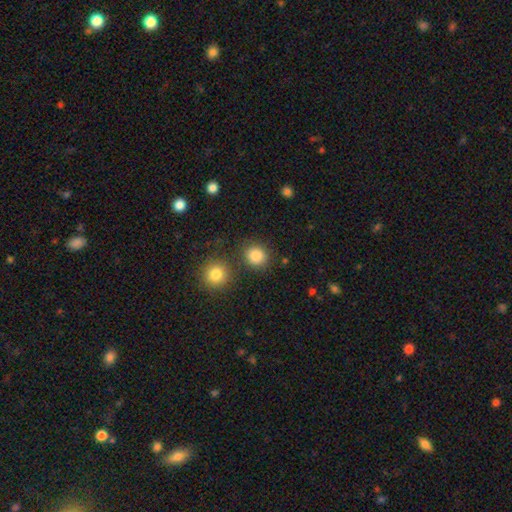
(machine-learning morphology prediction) The model was most divided on "how rounded": round: 84%, in between: 15%, cigar-shaped: 1%. More confident: smooth or featured — smooth (85%); merging — none (81%).